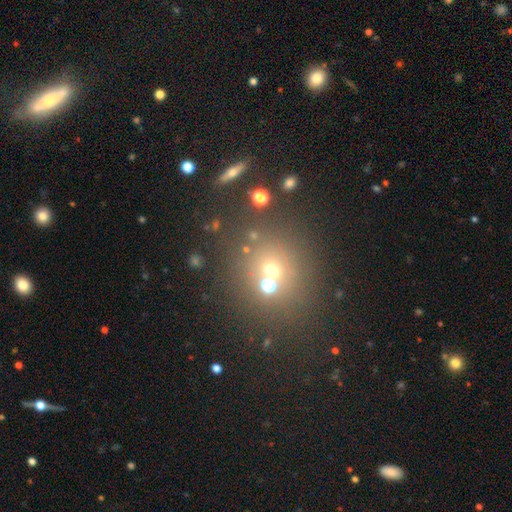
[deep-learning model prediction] Q: Smooth or featured?
A: smooth (45%); runner-up: star or artifact (38%)
Q: Merging?
A: none (61%); runner-up: merger (26%)